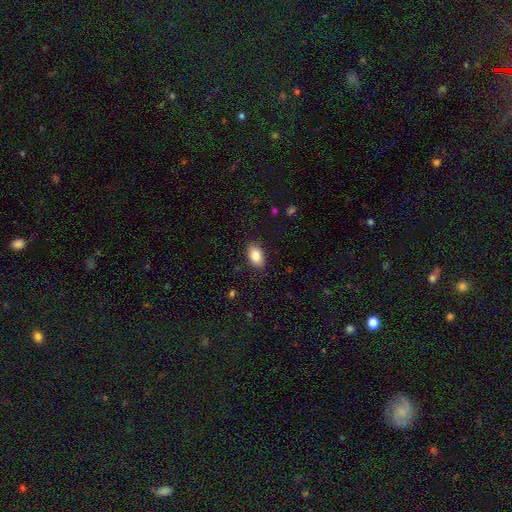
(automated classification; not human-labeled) Overall: smooth (84%). How rounded: in between (89%). Merging: none (84%).